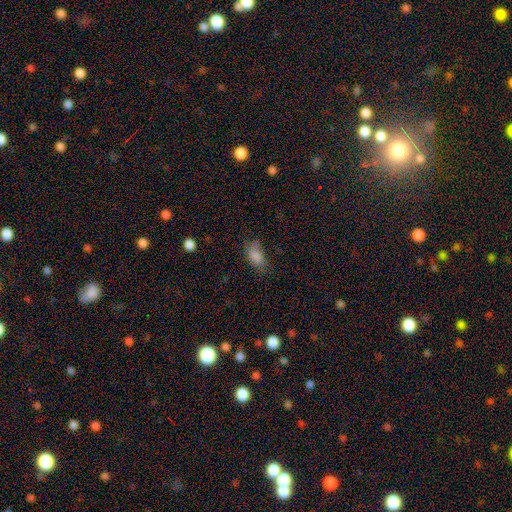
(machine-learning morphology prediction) The model was most divided on "merging": none: 57%, minor disturbance: 29%, major disturbance: 11%, merger: 3%. More confident: how rounded — in between (91%); smooth or featured — smooth (82%).